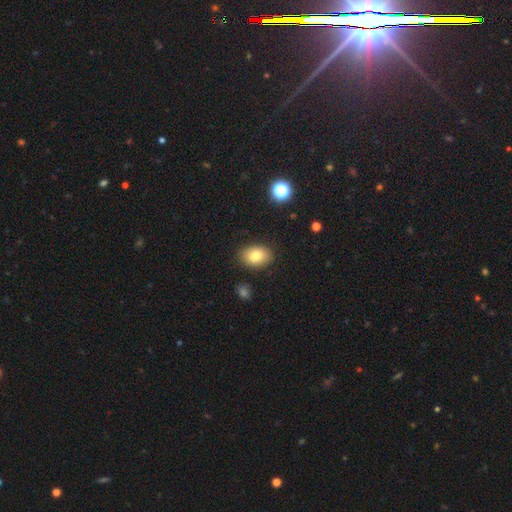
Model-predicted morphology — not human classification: Smooth or featured?
  - smooth: 80% *
  - featured or disk: 11%
  - star or artifact: 9%
How rounded?
  - in between: 81% *
  - round: 18%
  - cigar-shaped: 1%
Merging?
  - none: 86% *
  - minor disturbance: 10%
  - major disturbance: 2%
  - merger: 2%